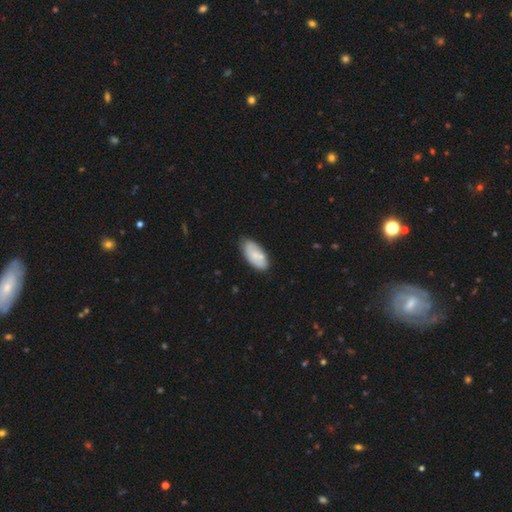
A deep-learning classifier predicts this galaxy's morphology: smooth 72%, featured or disk 22%, star or artifact 6%. Down the decision tree: how rounded — in between (92%); merging — none (73%).